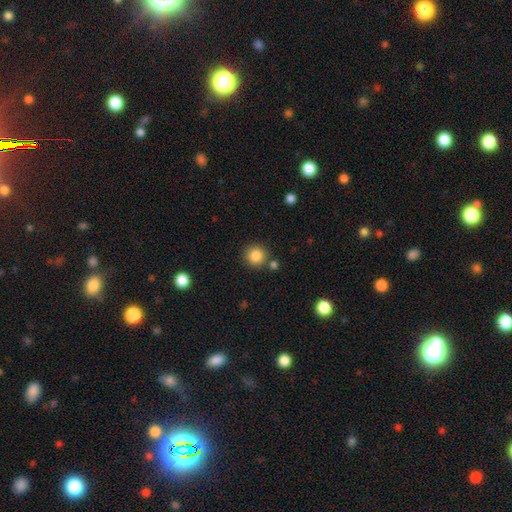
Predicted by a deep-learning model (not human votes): A smooth galaxy with no disk features (85%) that is round (93%).

Vote fractions:
- Smooth or featured? smooth: 85% / star or artifact: 10% / featured or disk: 5%
- How rounded? round: 93% / in between: 6% / cigar-shaped: 1%
- Merging? none: 81% / minor disturbance: 8% / merger: 8% / major disturbance: 3%